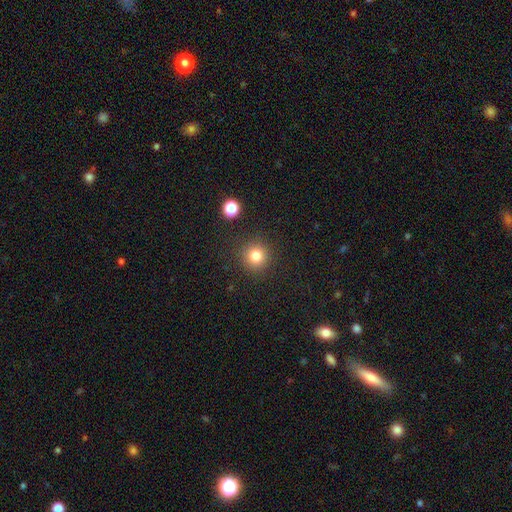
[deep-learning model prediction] This is clearly a smooth galaxy (80%). How rounded: clearly round (94%). Merging: clearly none (89%).